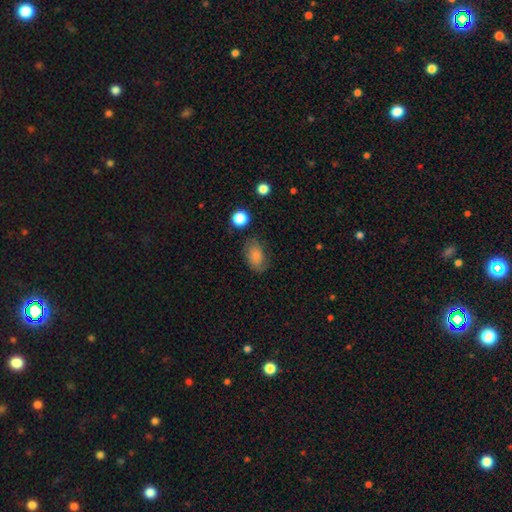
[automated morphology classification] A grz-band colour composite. It shows a smooth galaxy with no disk features (77%) that is in between round and cigar-shaped (86%). Merging: none (72%).